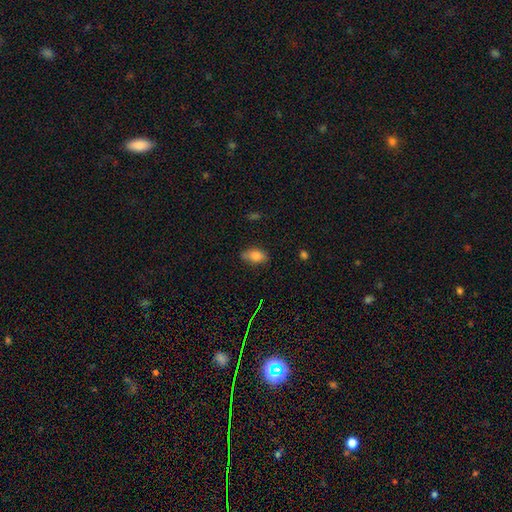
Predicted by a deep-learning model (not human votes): Morphology: type=smooth (82%); roundness=in between (90%); merging=none (74%).